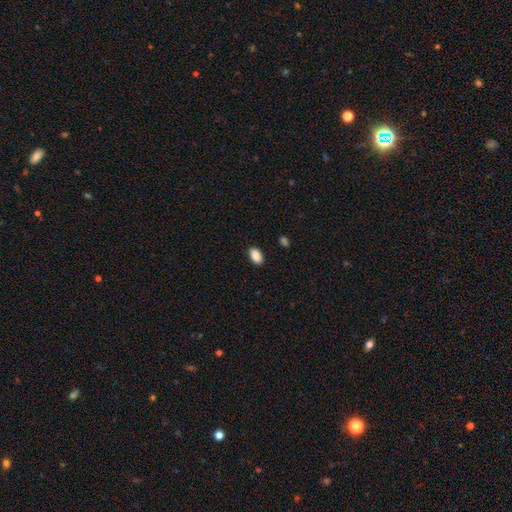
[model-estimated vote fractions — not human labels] Q: Smooth or featured?
A: smooth (89%); runner-up: star or artifact (7%)
Q: How rounded?
A: in between (93%); runner-up: round (5%)
Q: Merging?
A: none (89%); runner-up: minor disturbance (8%)